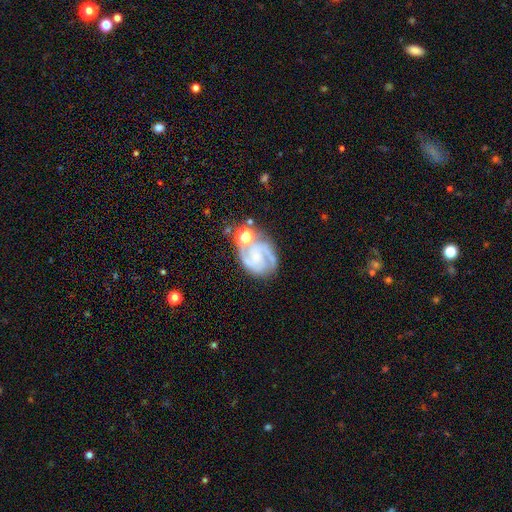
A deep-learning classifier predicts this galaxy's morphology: This is clearly a featured or disk galaxy (84%). It is clearly not viewed edge-on (98%). Bar: possibly no (56%). Spiral arm pattern: clearly yes (97%). Spiral arm count: likely 2 (63%). Spiral winding: possibly tight (49%). Central bulge: possibly small (55%). Merging: likely none (60%).